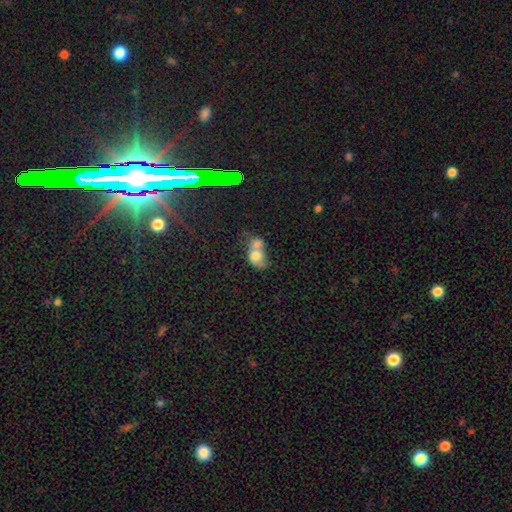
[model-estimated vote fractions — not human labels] This appears to be a smooth galaxy with no disk features (68%) that is in between round and cigar-shaped (52%). Merging: merger (75%).